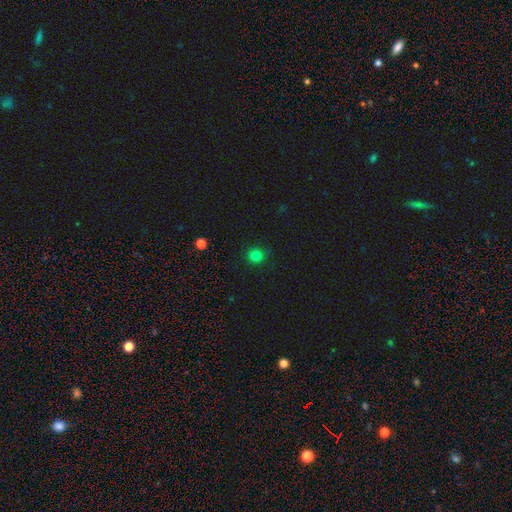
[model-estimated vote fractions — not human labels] Q: Smooth or featured?
A: smooth (81%); runner-up: star or artifact (15%)
Q: How rounded?
A: round (92%); runner-up: in between (7%)
Q: Merging?
A: none (90%); runner-up: minor disturbance (7%)